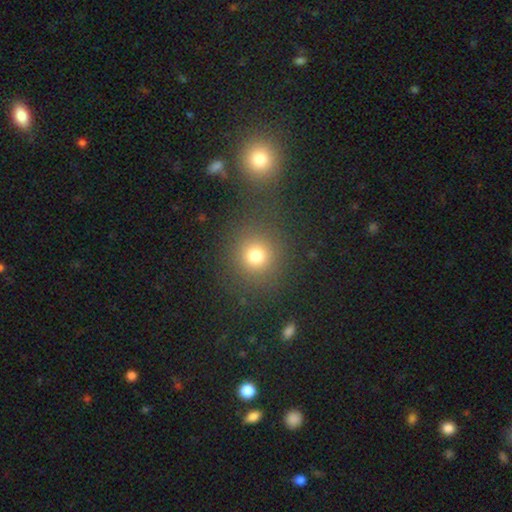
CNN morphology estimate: A smooth galaxy with no disk features (76%) that is round (89%). Merging: none (79%).